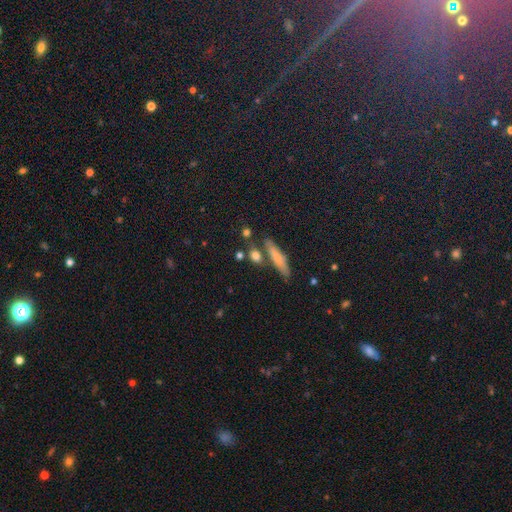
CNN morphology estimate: smooth-or-featured: smooth: 75% | featured or disk: 14% | star or artifact: 11%
  how-rounded: cigar-shaped: 41% | round: 33% | in between: 25%
  merging: none: 74% | merger: 11% | minor disturbance: 11% | major disturbance: 4%